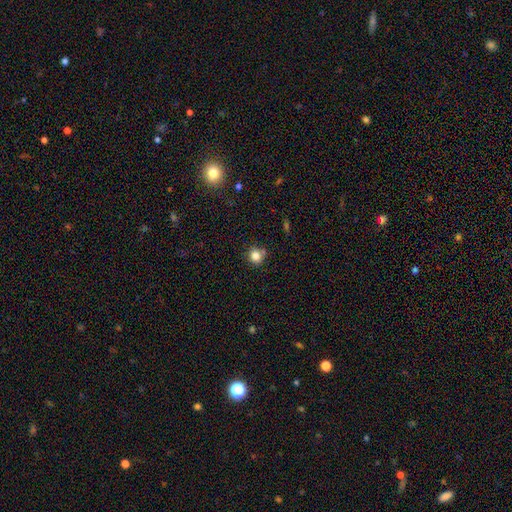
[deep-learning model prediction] This is clearly a smooth galaxy (82%). How rounded: clearly round (87%). Merging: likely none (76%).